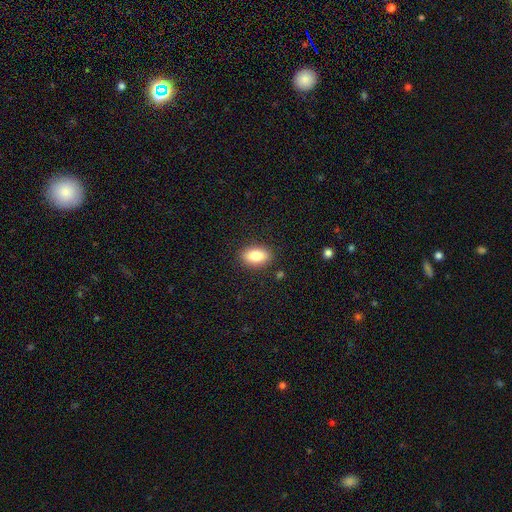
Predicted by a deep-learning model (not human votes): smooth_or_featured: smooth (p=0.85) [alt: featured or disk p=0.08]
how_rounded: in between (p=0.90) [alt: round p=0.06]
merging: none (p=0.88) [alt: minor disturbance p=0.09]